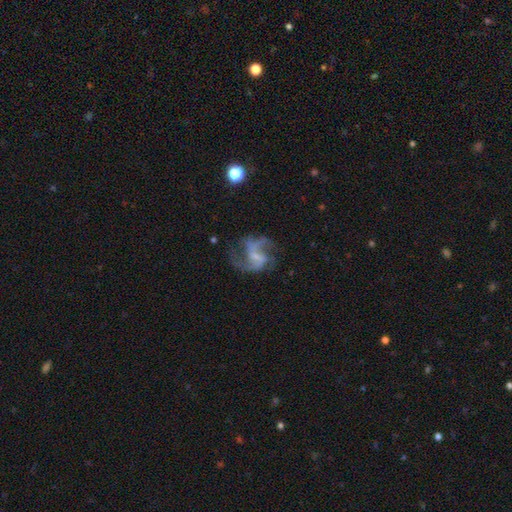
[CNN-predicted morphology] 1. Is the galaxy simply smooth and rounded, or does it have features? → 82% featured or disk, 10% smooth, 8% star or artifact.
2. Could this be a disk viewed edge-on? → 98% no, 2% yes.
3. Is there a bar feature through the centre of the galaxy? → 50% weak, 31% no, 19% strong.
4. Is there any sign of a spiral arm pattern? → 93% yes, 7% no.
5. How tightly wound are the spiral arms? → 47% loose, 43% medium, 9% tight.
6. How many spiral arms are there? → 62% 2, 16% 3, 10% can't tell, 5% 1, 4% 4, 3% more than 4.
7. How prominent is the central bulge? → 45% small, 35% none, 16% moderate, 3% large, 1% dominant.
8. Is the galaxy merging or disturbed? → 56% none, 23% major disturbance, 18% minor disturbance, 3% merger.